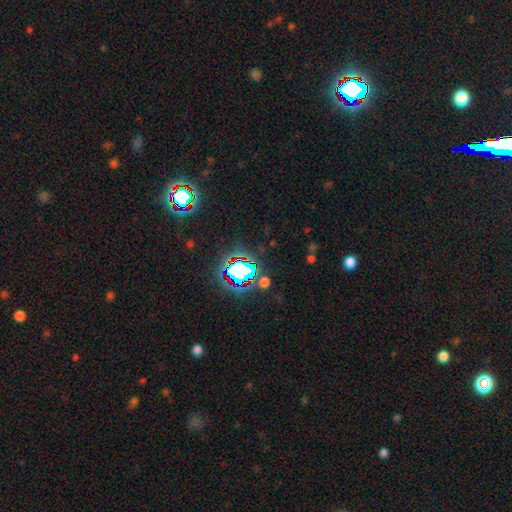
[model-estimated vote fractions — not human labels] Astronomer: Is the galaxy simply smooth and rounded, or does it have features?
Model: star or artifact — 82%.